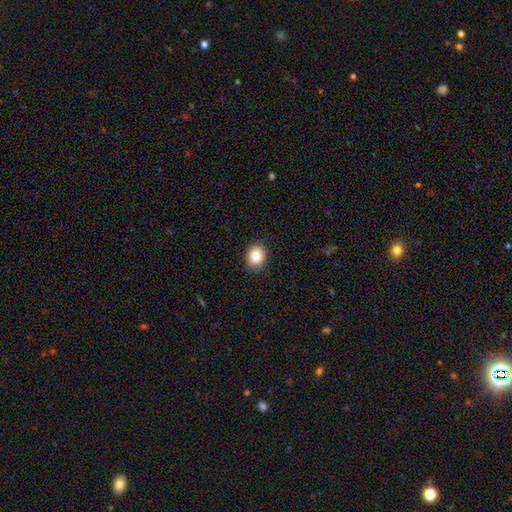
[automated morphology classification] This is clearly a smooth galaxy (83%). How rounded: possibly round (59%). Merging: clearly none (91%).